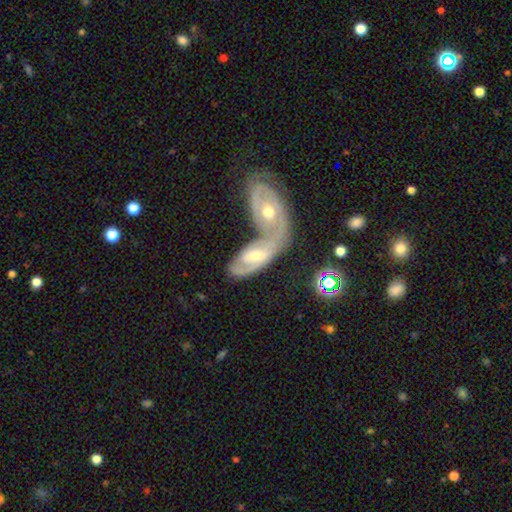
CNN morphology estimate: A featured or disk galaxy (73%) with no bar (59%), 2 (63%) tight (51%) spiral arms (82%) and a moderate central bulge (60%).

Vote fractions:
- Smooth or featured? featured or disk: 73% / smooth: 19% / star or artifact: 7%
- Edge-on disk? no: 88% / yes: 12%
- Bar? no: 59% / weak: 30% / strong: 11%
- Spiral arms? yes: 82% / no: 18%
- Spiral winding? tight: 51% / medium: 36% / loose: 13%
- Spiral arm count? 2: 63% / can't tell: 25% / 1: 5% / 3: 4% / 4: 2% / more than 4: 2%
- Bulge size? moderate: 60% / small: 33% / large: 4% / none: 2% / dominant: 1%
- Merging? merger: 68% / none: 19% / minor disturbance: 8% / major disturbance: 5%